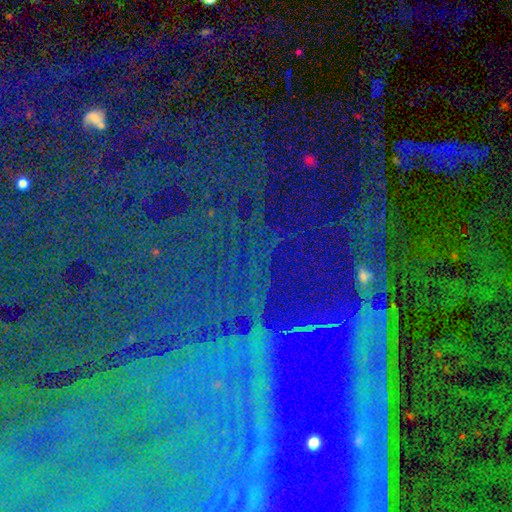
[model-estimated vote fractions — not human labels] Overall: star or artifact (83%).